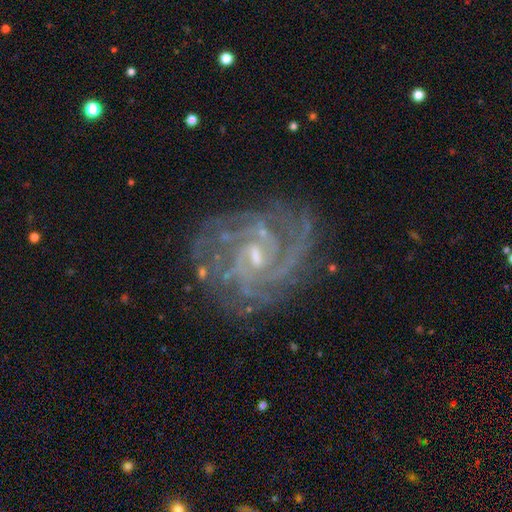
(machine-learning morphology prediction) Overall: featured or disk (89%). Edge-on disk: no (98%). Bar: weak (53%; no 33%). Spiral arms: yes (98%). Spiral arm count: 2 (24%; 3 22%). Spiral winding: tight (59%; medium 35%). Bulge size: small (66%; moderate 27%). Merging: none (75%).